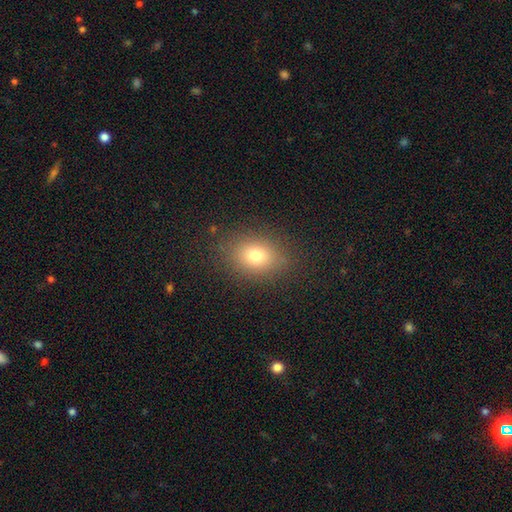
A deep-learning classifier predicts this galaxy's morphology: Smooth or featured: smooth — 77% (star or artifact — 12%)
How rounded: in between — 68% (round — 30%)
Merging: none — 85% (minor disturbance — 10%)